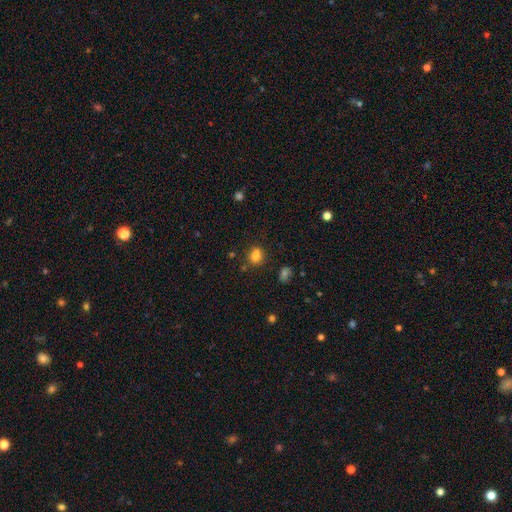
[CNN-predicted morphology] Smooth or featured?
  - smooth: 76% *
  - star or artifact: 16%
  - featured or disk: 9%
How rounded?
  - round: 61% *
  - in between: 37%
  - cigar-shaped: 1%
Merging?
  - none: 58% *
  - merger: 21%
  - minor disturbance: 16%
  - major disturbance: 5%